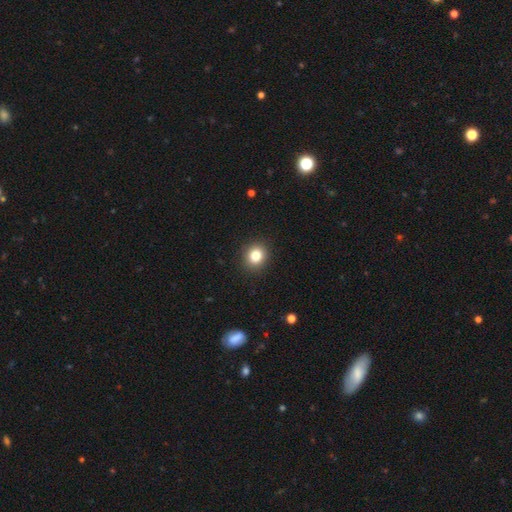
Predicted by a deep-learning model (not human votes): smooth 83%, star or artifact 11%, featured or disk 6%. Down the decision tree: how rounded — round (78%); merging — none (90%).